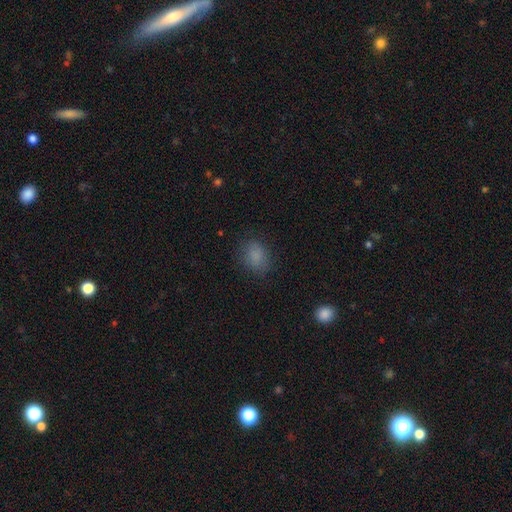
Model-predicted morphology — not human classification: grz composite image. It shows a smooth galaxy with no disk features (84%) that is in between round and cigar-shaped (64%). Merging: none (80%).